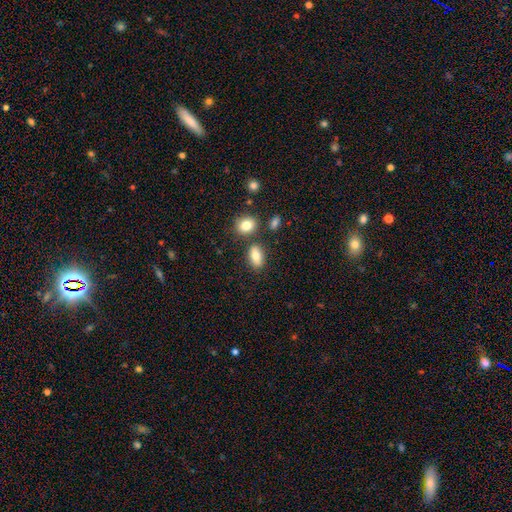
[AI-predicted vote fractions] This appears to be a smooth galaxy with no disk features (81%) that is in between round and cigar-shaped (85%). Merging: none (76%).